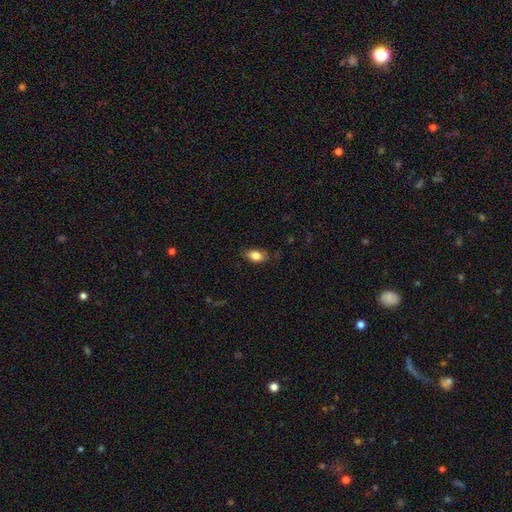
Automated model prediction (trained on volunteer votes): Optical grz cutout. It shows a smooth galaxy with no disk features (84%) that is in between round and cigar-shaped (89%). Merging: none (79%).